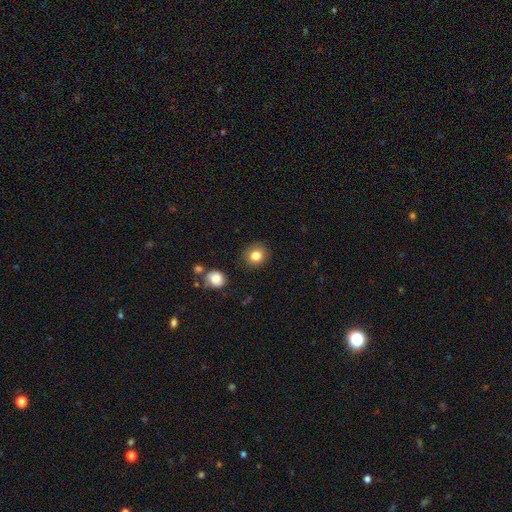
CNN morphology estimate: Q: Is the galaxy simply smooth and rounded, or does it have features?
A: smooth — 83%.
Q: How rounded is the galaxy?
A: round — 83%.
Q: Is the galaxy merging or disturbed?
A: none — 86%.